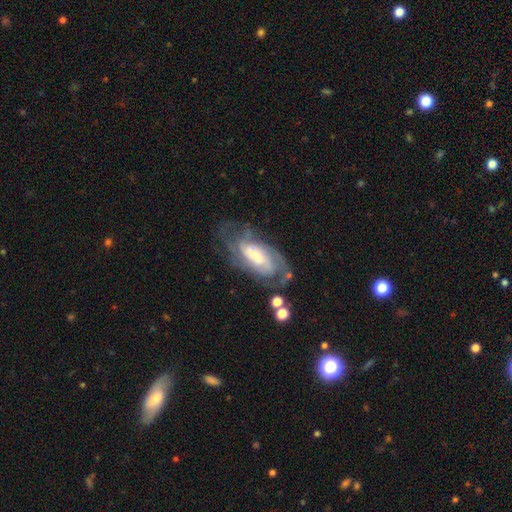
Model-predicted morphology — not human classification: The model was most divided on "spiral arm count": can't tell: 41%, 2: 28%, 3: 15%, 4: 8%, 1: 4%, more than 4: 4%. Remaining: edge-on disk — no (93%); spiral arms — yes (92%); smooth or featured — featured or disk (78%); merging — none (59%); spiral winding — tight (53%); bar — no (53%); bulge size — small (45%).